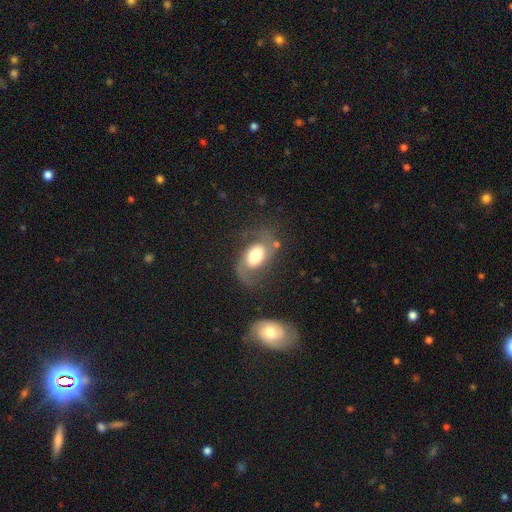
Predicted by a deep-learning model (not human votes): Q: Smooth or featured?
A: featured or disk (67%); runner-up: smooth (25%)
Q: Edge-on disk?
A: no (96%); runner-up: yes (4%)
Q: Bar?
A: no (57%); runner-up: weak (32%)
Q: Spiral arms?
A: yes (88%); runner-up: no (12%)
Q: Spiral winding?
A: loose (48%); runner-up: medium (41%)
Q: Spiral arm count?
A: 2 (87%); runner-up: 1 (6%)
Q: Bulge size?
A: large (42%); runner-up: moderate (41%)
Q: Merging?
A: none (58%); runner-up: minor disturbance (19%)